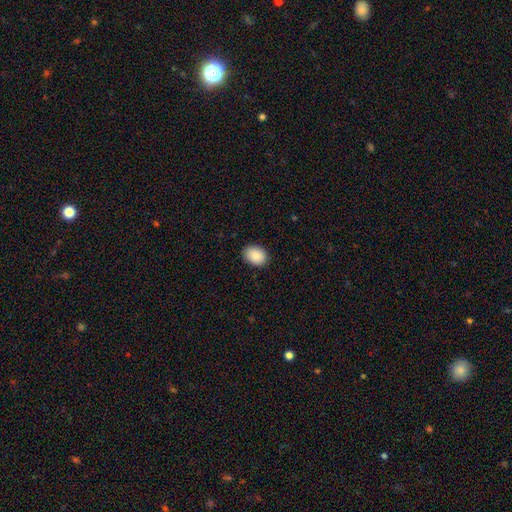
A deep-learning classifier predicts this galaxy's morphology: This is clearly a smooth galaxy (89%). How rounded: likely in between (67%). Merging: clearly none (88%).